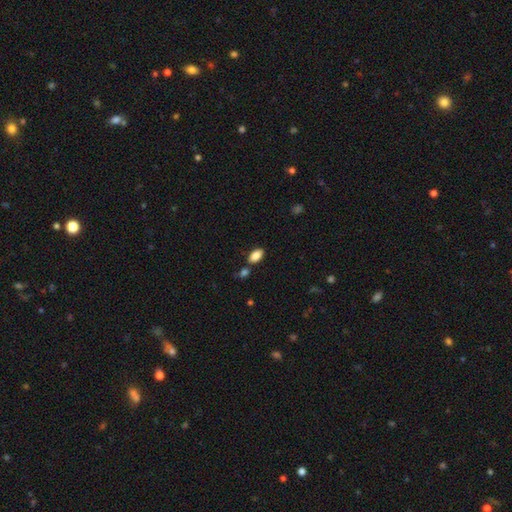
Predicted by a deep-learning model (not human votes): smooth_or_featured: smooth (p=0.87) [alt: star or artifact p=0.08]
how_rounded: in between (p=0.93) [alt: round p=0.04]
merging: none (p=0.77) [alt: minor disturbance p=0.11]